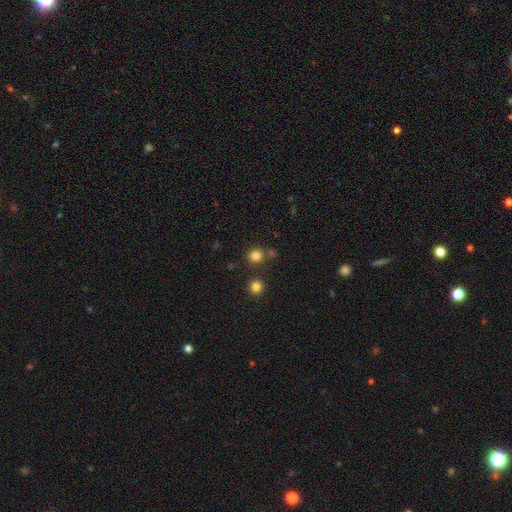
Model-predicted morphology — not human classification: A smooth galaxy with no disk features (80%) that is round (91%).

Vote fractions:
- Smooth or featured? smooth: 80% / star or artifact: 15% / featured or disk: 5%
- How rounded? round: 91% / in between: 8% / cigar-shaped: 1%
- Merging? none: 81% / merger: 10% / minor disturbance: 7% / major disturbance: 3%